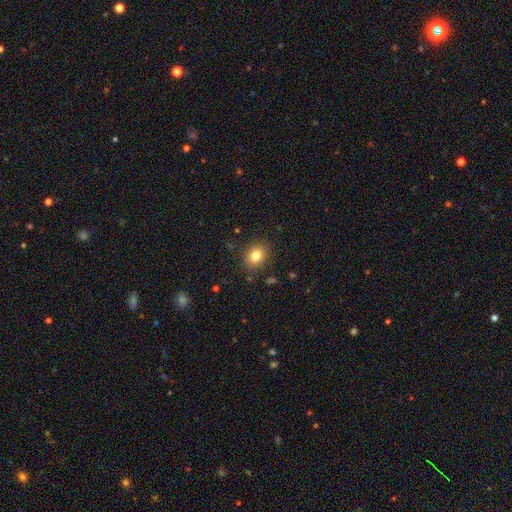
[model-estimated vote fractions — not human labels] A smooth galaxy with no disk features (81%) that is round (51%). Merging: none (86%).